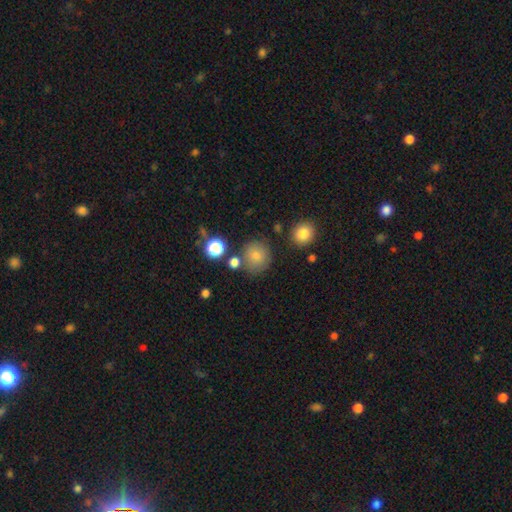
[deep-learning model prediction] This appears to be a smooth galaxy with no disk features (80%) that is round (89%). Merging: none (75%).